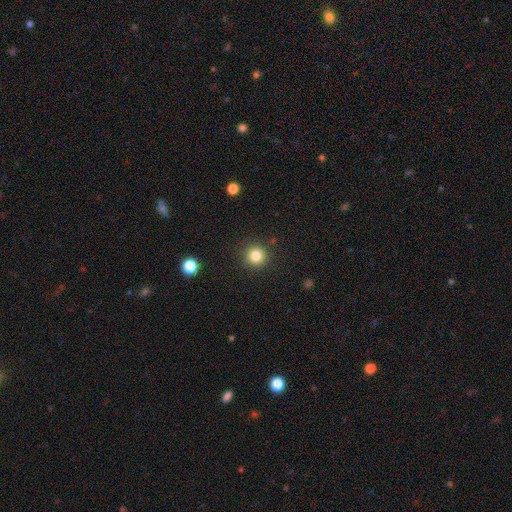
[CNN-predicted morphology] smooth_or_featured: smooth (p=0.82) [alt: star or artifact p=0.12]
how_rounded: round (p=0.95) [alt: in between p=0.04]
merging: none (p=0.90) [alt: minor disturbance p=0.06]